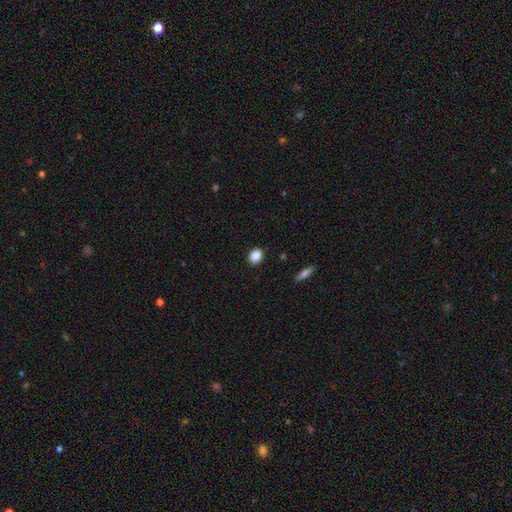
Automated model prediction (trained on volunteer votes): Smooth or featured? smooth (87%)
How rounded? round (56%)
Merging? none (89%)